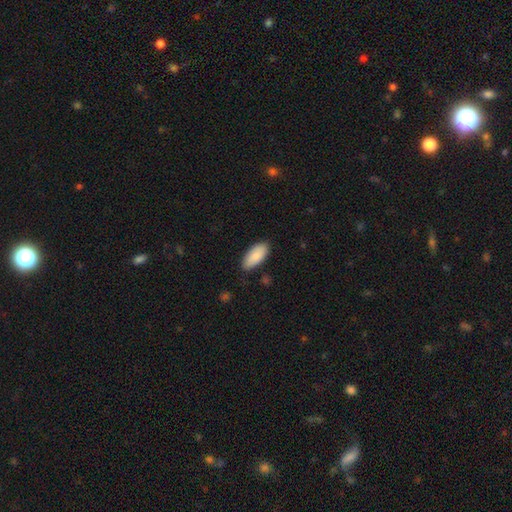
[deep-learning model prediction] Morphology: type=smooth (88%); roundness=in between (90%); merging=none (83%).